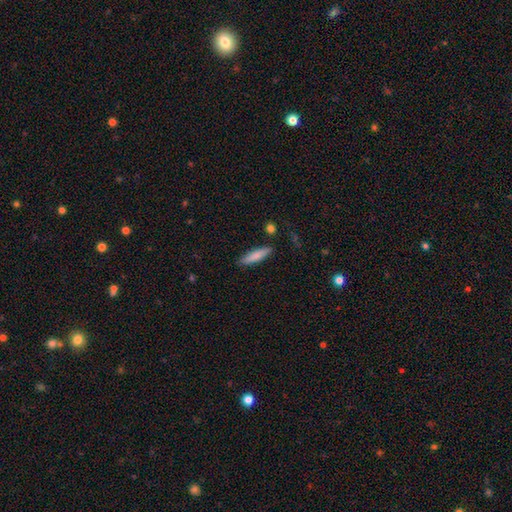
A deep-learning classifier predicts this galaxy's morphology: type=smooth (80%); roundness=cigar-shaped (75%); merging=none (86%).